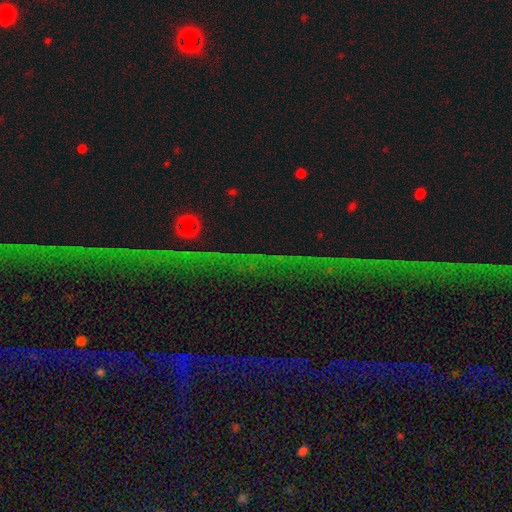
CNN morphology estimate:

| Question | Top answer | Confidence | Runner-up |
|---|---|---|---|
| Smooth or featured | star or artifact | 80% | featured or disk (11%) |